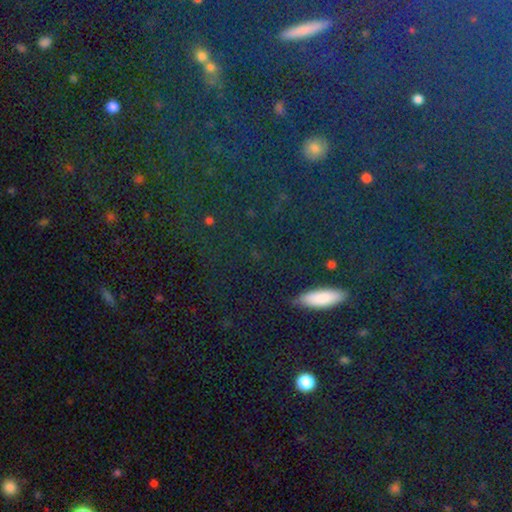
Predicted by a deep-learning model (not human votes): smooth-or-featured: star or artifact: 52% | smooth: 32% | featured or disk: 16%